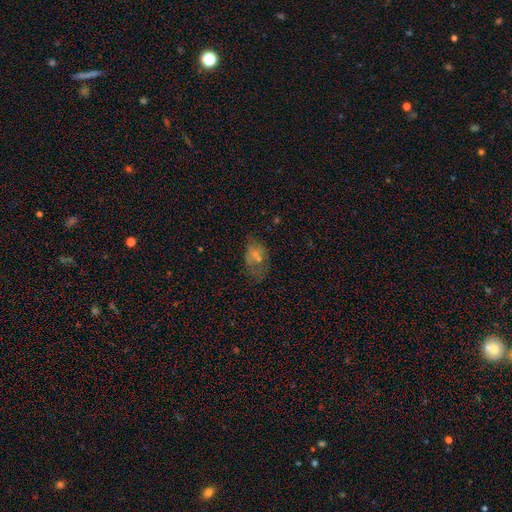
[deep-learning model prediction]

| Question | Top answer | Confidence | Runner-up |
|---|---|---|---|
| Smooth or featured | smooth | 54% | featured or disk (31%) |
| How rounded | in between | 83% | round (15%) |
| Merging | none | 37% | minor disturbance (22%) |